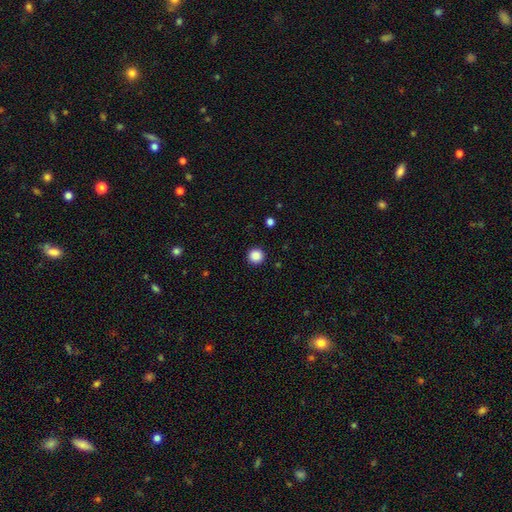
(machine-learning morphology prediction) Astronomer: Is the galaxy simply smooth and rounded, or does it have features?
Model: smooth — 88%.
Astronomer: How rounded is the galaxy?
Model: round — 96%.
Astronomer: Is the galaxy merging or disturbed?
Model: none — 93%.